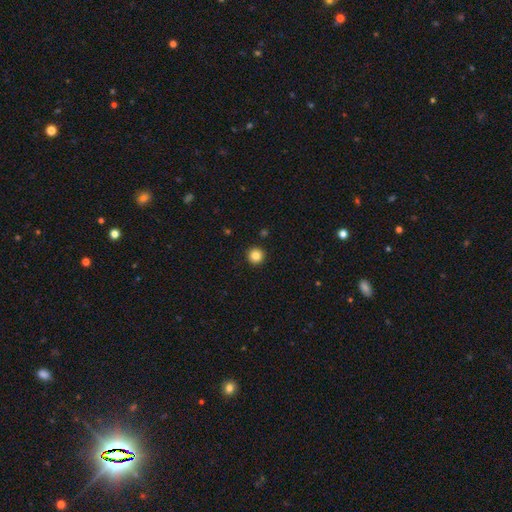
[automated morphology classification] Smooth or featured? Predicted: smooth (p=0.85). How rounded? Predicted: round (p=0.96). Merging? Predicted: none (p=0.93).